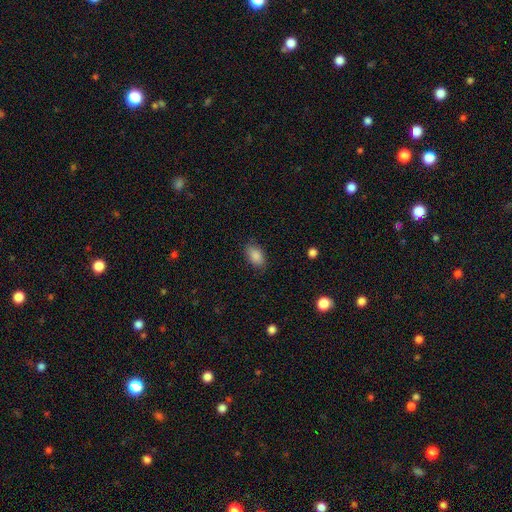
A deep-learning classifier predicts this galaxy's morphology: This is clearly a smooth galaxy (88%). How rounded: clearly in between (91%). Merging: clearly none (83%).